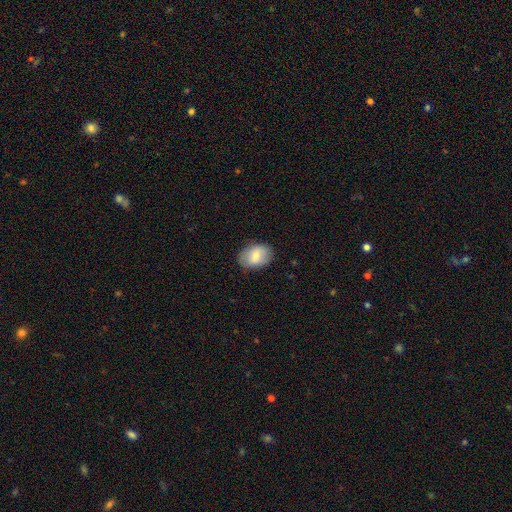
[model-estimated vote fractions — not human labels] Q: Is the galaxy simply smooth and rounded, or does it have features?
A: smooth — 74%.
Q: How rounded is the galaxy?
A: in between — 78%.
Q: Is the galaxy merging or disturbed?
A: none — 83%.